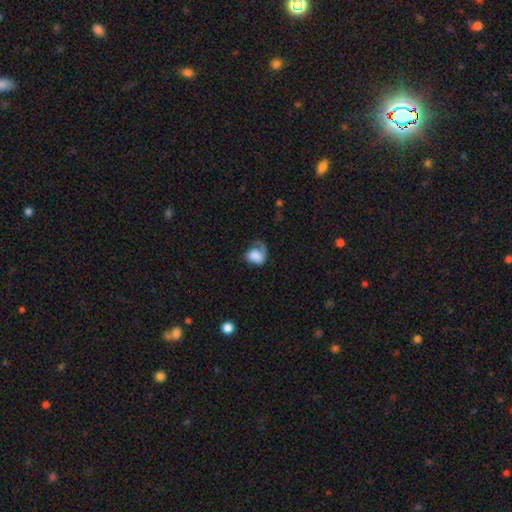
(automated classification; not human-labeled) Q: Smooth or featured?
A: smooth (64%); runner-up: featured or disk (28%)
Q: How rounded?
A: in between (58%); runner-up: round (41%)
Q: Merging?
A: major disturbance (42%); runner-up: none (29%)